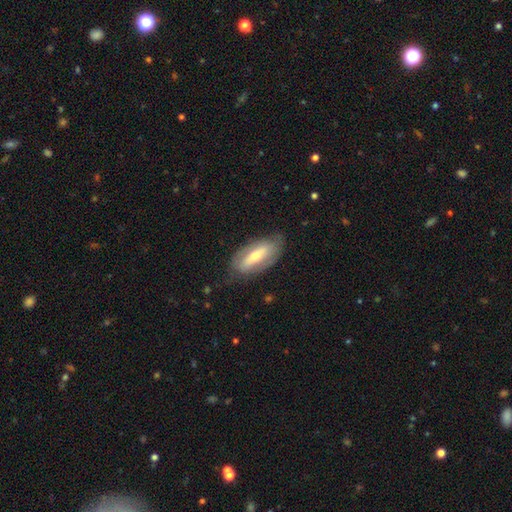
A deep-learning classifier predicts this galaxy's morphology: smooth_or_featured: featured or disk (p=0.57) [alt: smooth p=0.36]
disk_edge_on: no (p=0.78) [alt: yes p=0.22]
merging: none (p=0.74) [alt: minor disturbance p=0.18]